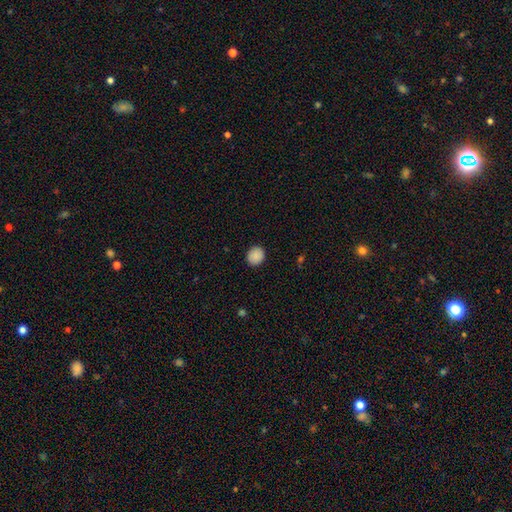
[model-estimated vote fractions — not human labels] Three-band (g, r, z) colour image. It shows a smooth galaxy with no disk features (89%) that is round (77%). Merging: none (91%).